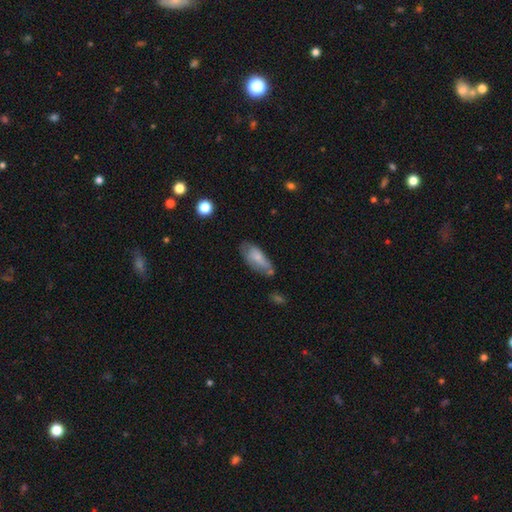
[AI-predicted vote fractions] Q: Smooth or featured?
A: smooth (63%); runner-up: featured or disk (29%)
Q: How rounded?
A: in between (78%); runner-up: cigar-shaped (19%)
Q: Merging?
A: none (54%); runner-up: minor disturbance (30%)